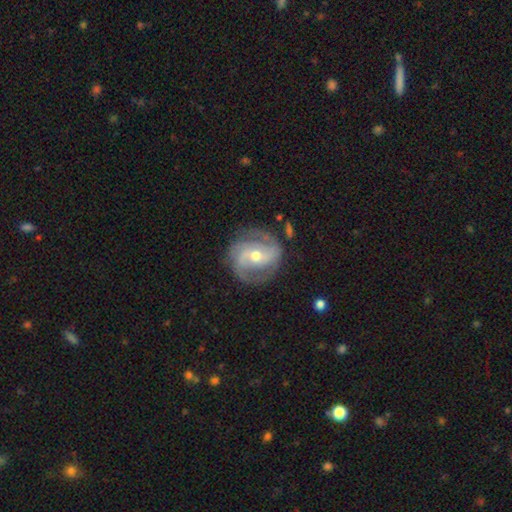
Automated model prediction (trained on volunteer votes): A featured or disk galaxy (87%) with a weak bar (41%), 2 (64%) tight (45%) spiral arms (96%) and a moderate central bulge (63%). Merging: none (77%).